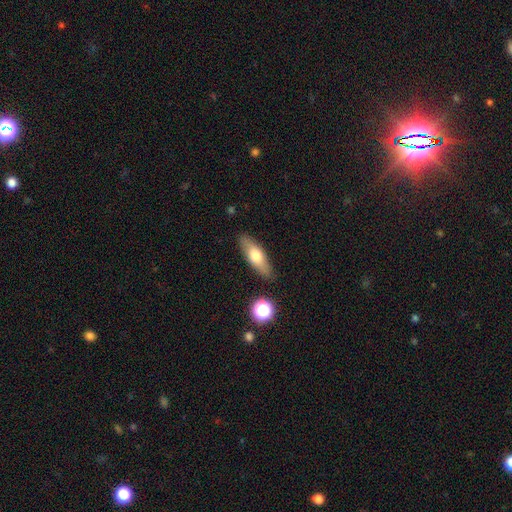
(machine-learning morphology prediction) This is likely a smooth galaxy (62%). How rounded: possibly in between (56%). Merging: clearly none (85%).